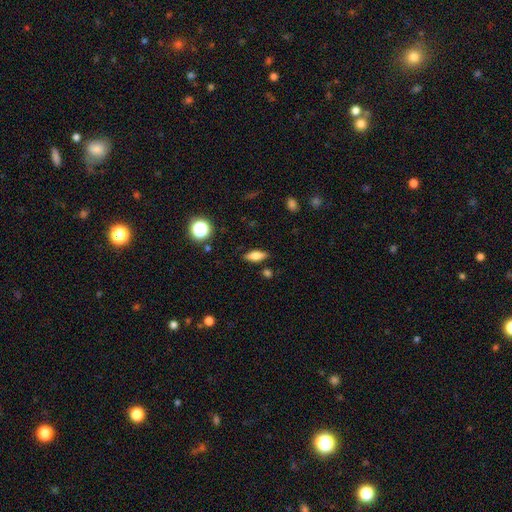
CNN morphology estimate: Q: Smooth or featured?
A: smooth (69%); runner-up: featured or disk (22%)
Q: How rounded?
A: in between (74%); runner-up: cigar-shaped (22%)
Q: Merging?
A: none (84%); runner-up: minor disturbance (11%)